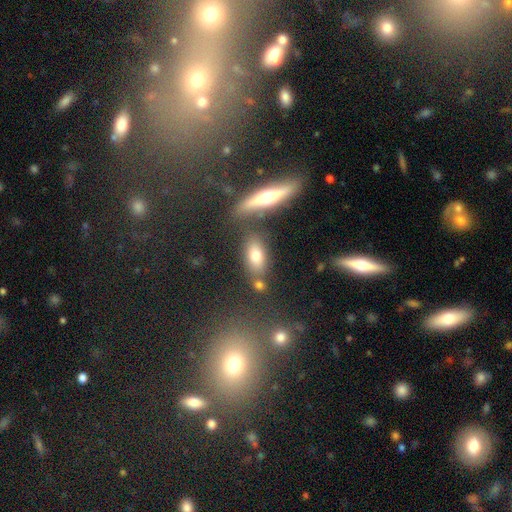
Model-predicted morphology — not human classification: This appears to be a smooth galaxy with no disk features (69%) that is in between round and cigar-shaped (79%). Merging: none (70%).